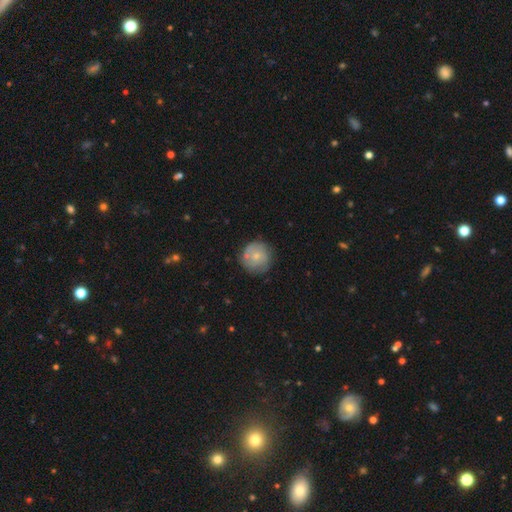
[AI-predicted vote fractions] Smooth or featured? Predicted: smooth (p=0.63). How rounded? Predicted: round (p=0.93). Merging? Predicted: none (p=0.72).